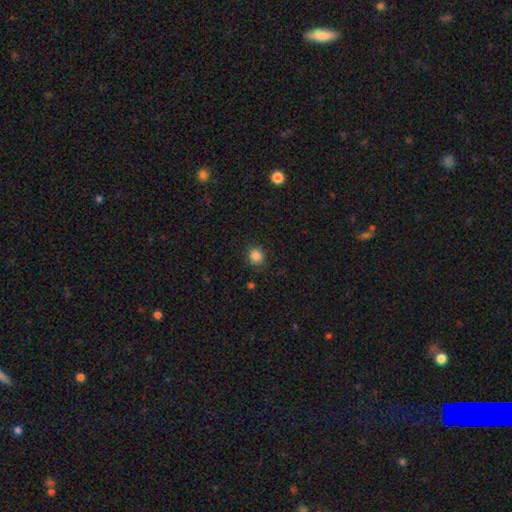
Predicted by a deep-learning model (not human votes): A smooth galaxy with no disk features (85%) that is round (86%).

Vote fractions:
- Smooth or featured? smooth: 85% / star or artifact: 12% / featured or disk: 3%
- How rounded? round: 86% / in between: 13% / cigar-shaped: 1%
- Merging? none: 88% / minor disturbance: 8% / major disturbance: 3% / merger: 1%